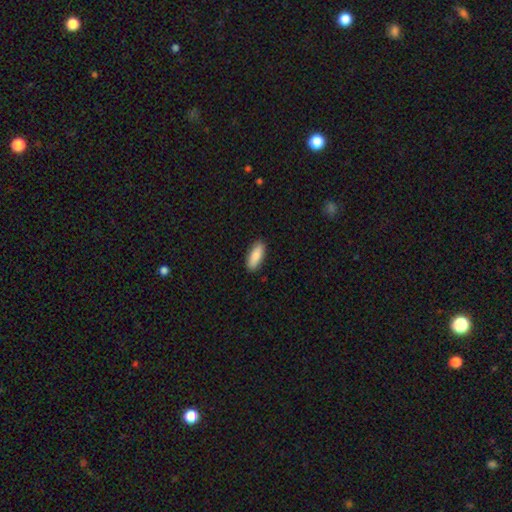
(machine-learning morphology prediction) smooth_or_featured: smooth (p=0.85) [alt: featured or disk p=0.09]
how_rounded: in between (p=0.72) [alt: cigar-shaped p=0.26]
merging: none (p=0.89) [alt: minor disturbance p=0.08]